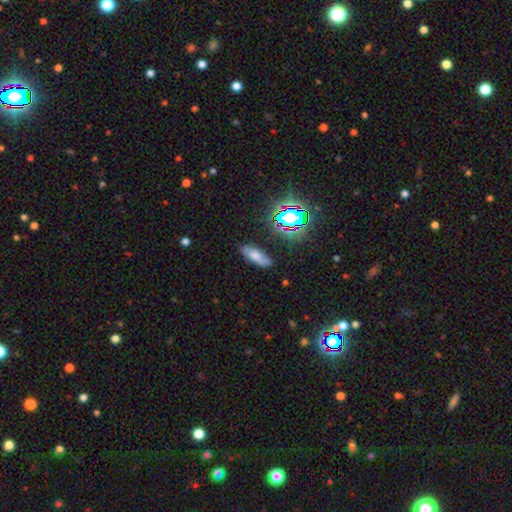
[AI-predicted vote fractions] Q: Smooth or featured?
A: smooth (65%); runner-up: featured or disk (18%)
Q: How rounded?
A: in between (61%); runner-up: cigar-shaped (35%)
Q: Merging?
A: none (81%); runner-up: minor disturbance (13%)